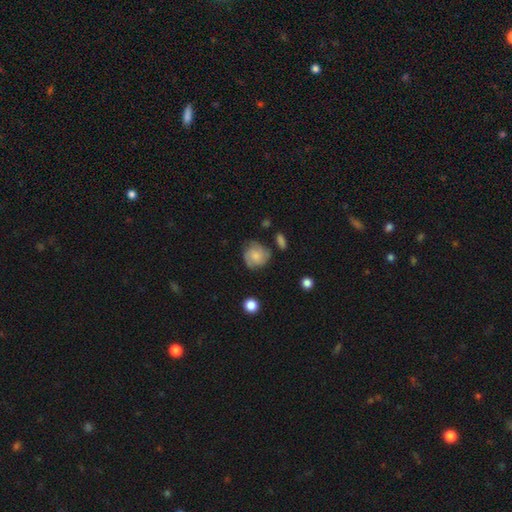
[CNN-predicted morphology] smooth 54%, featured or disk 39%, star or artifact 8%. Down the decision tree: how rounded — round (82%); merging — none (63%).